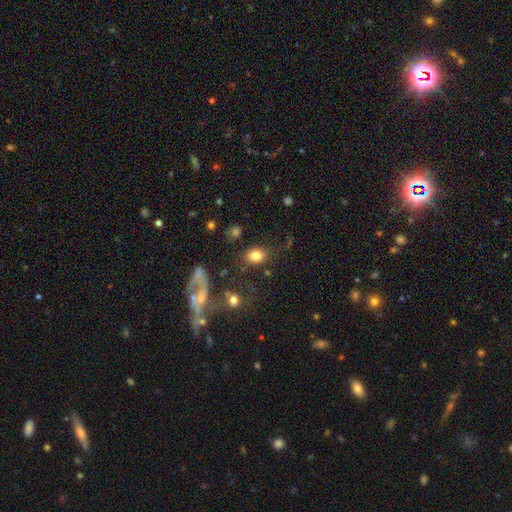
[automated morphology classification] This is likely a smooth galaxy (79%). How rounded: likely in between (67%). Merging: likely none (75%).